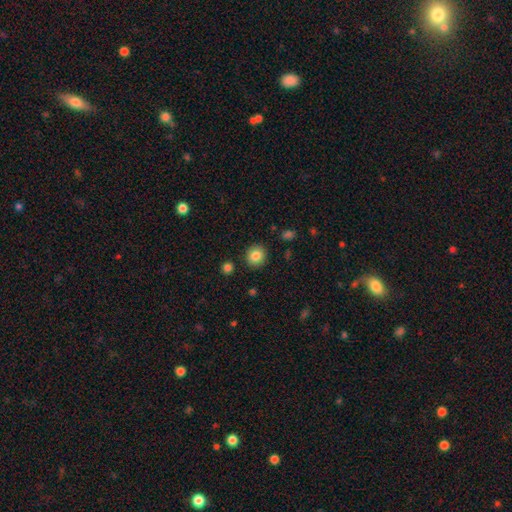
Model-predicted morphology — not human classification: This appears to be a smooth galaxy with no disk features (85%) that is round (85%). Merging: none (90%).